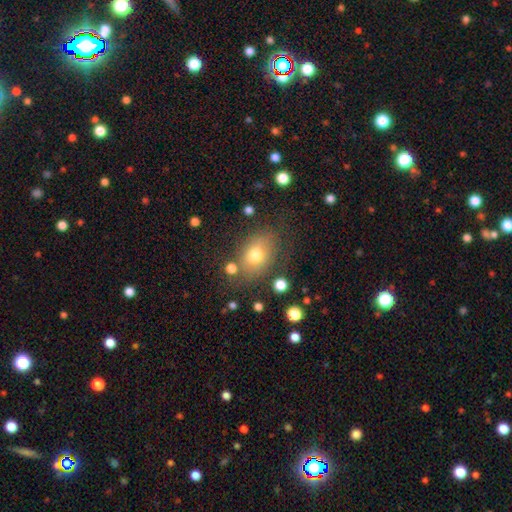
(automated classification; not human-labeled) Smooth or featured: smooth — 72% (featured or disk — 16%)
How rounded: in between — 71% (round — 28%)
Merging: none — 69% (minor disturbance — 17%)